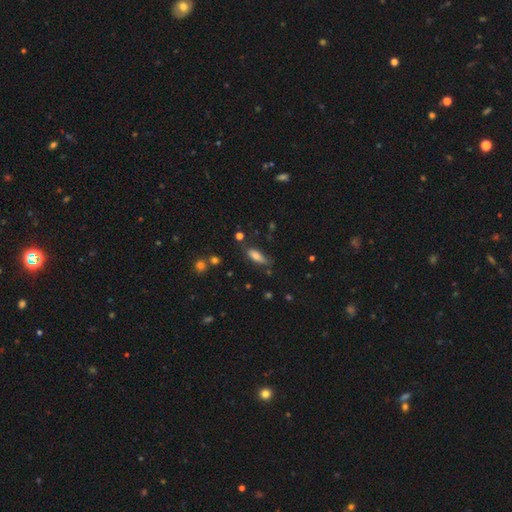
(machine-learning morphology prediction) This is likely a smooth galaxy (75%). How rounded: likely in between (61%). Merging: likely none (68%).